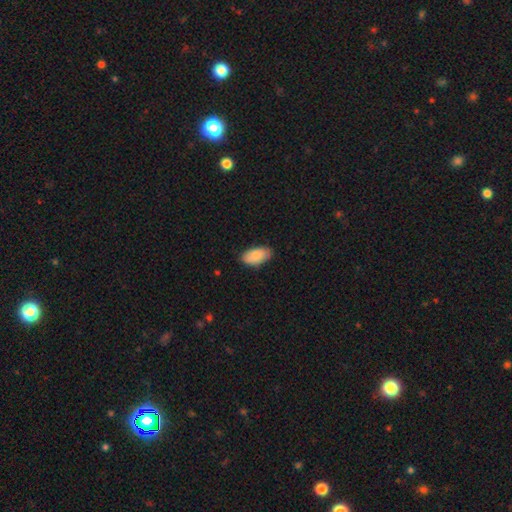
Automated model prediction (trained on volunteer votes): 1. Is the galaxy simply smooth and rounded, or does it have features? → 87% smooth, 8% featured or disk, 6% star or artifact.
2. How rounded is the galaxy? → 94% in between, 3% cigar-shaped, 3% round.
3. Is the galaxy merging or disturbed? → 81% none, 15% minor disturbance, 2% major disturbance, 1% merger.